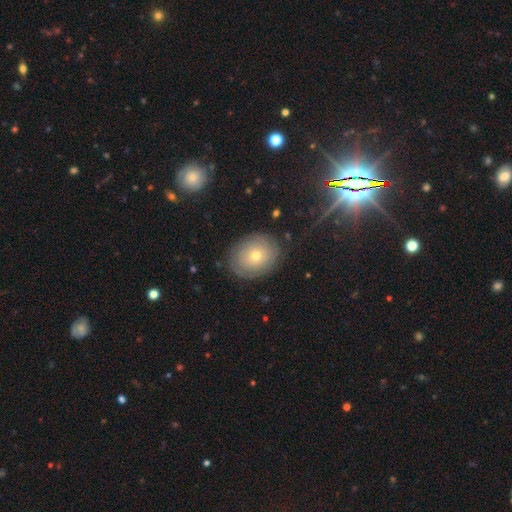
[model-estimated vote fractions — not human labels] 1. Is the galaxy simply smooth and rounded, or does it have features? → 53% smooth, 33% featured or disk, 14% star or artifact.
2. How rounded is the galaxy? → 57% round, 42% in between, 1% cigar-shaped.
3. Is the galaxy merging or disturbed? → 82% none, 13% minor disturbance, 4% major disturbance, 1% merger.